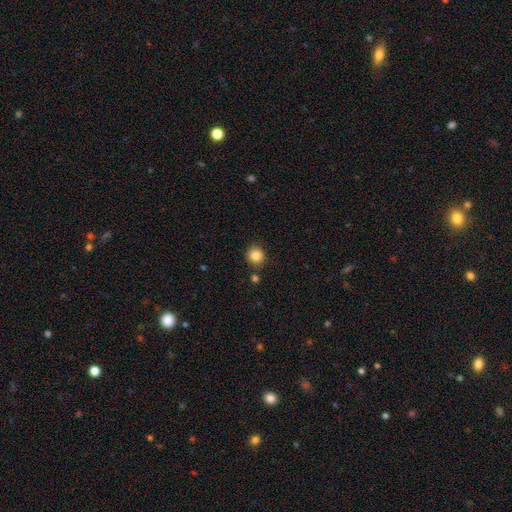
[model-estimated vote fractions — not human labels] Smooth or featured: smooth — 84% (star or artifact — 10%)
How rounded: round — 88% (in between — 11%)
Merging: none — 85% (minor disturbance — 9%)